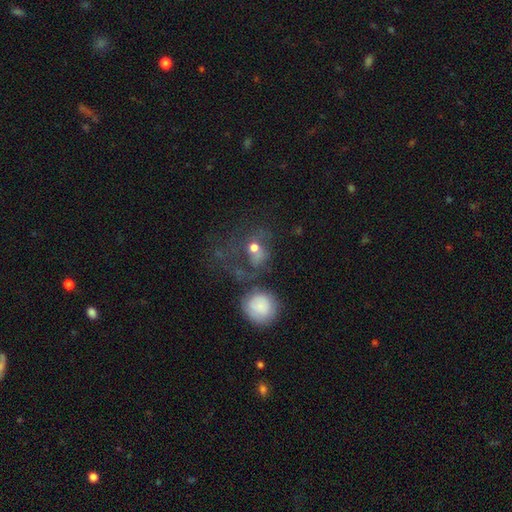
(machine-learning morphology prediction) This appears to be a smooth galaxy with no disk features (42%). Merging: none (38%).